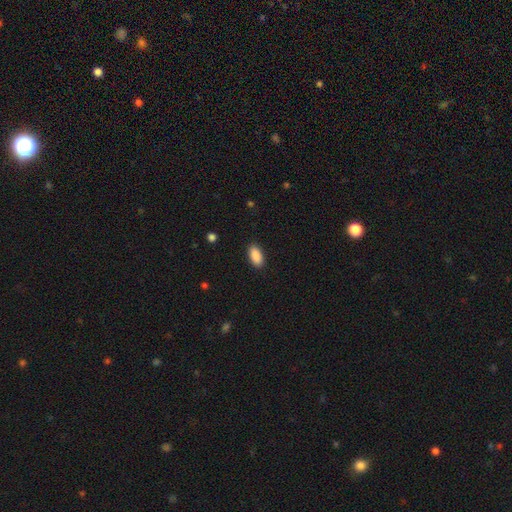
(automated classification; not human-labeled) The model was most divided on "merging": none: 89%, minor disturbance: 8%, major disturbance: 2%, merger: 1%. More confident: how rounded — in between (93%); smooth or featured — smooth (90%).